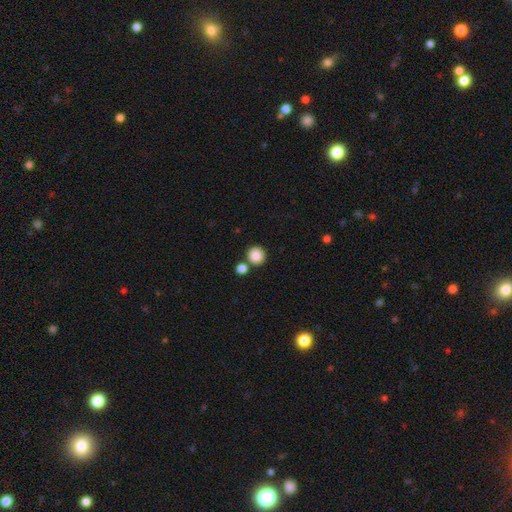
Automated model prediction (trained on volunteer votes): Q: Smooth or featured?
A: smooth (87%); runner-up: star or artifact (9%)
Q: How rounded?
A: round (91%); runner-up: in between (8%)
Q: Merging?
A: none (74%); runner-up: merger (16%)